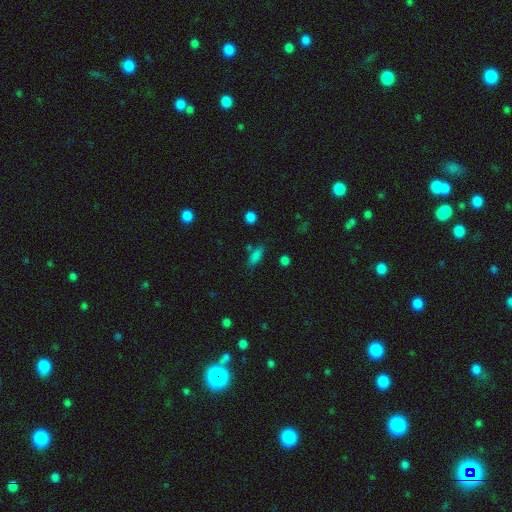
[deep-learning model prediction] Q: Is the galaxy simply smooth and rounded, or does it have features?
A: smooth — 81%.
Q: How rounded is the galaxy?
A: in between — 71%.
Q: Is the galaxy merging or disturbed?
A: none — 75%.